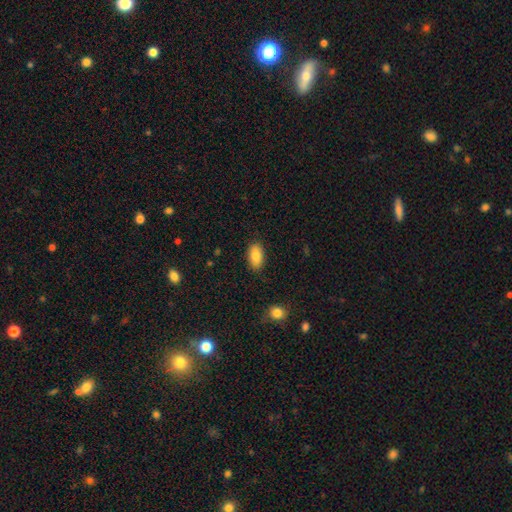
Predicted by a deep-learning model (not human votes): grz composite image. It shows a smooth galaxy with no disk features (84%) that is in between round and cigar-shaped (92%). Merging: none (86%).